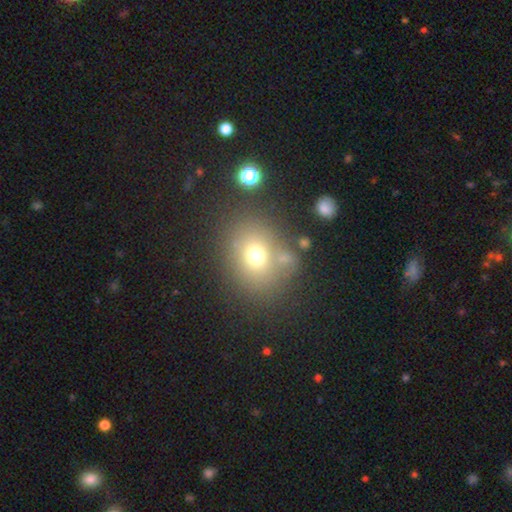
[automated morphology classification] A smooth galaxy with no disk features (69%) that is round (60%). Merging: none (70%).